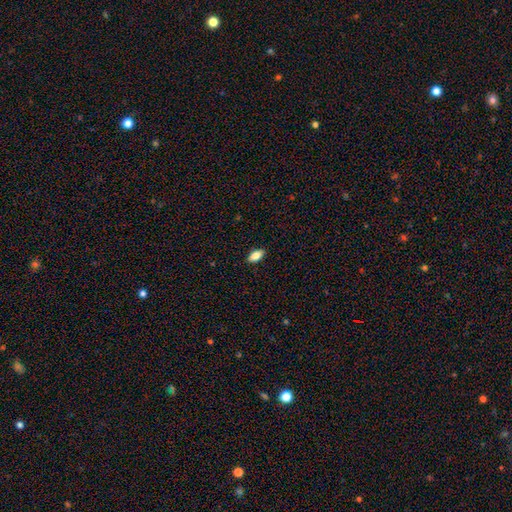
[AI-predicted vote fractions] A smooth galaxy with no disk features (82%) that is in between round and cigar-shaped (89%).

Vote fractions:
- Smooth or featured? smooth: 82% / featured or disk: 11% / star or artifact: 7%
- How rounded? in between: 89% / cigar-shaped: 8% / round: 3%
- Merging? none: 89% / minor disturbance: 9% / major disturbance: 2% / merger: 1%